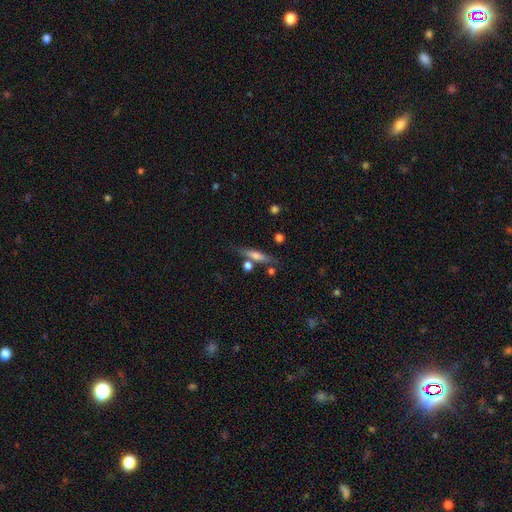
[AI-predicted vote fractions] Smooth or featured? smooth (59%)
How rounded? cigar-shaped (79%)
Merging? none (70%)